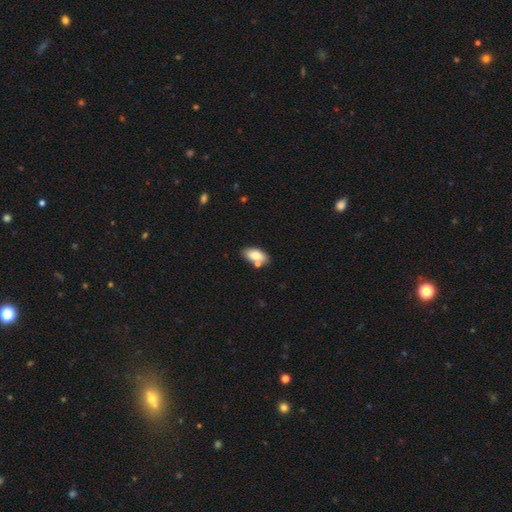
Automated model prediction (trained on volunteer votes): A smooth galaxy with no disk features (79%) that is in between round and cigar-shaped (90%).

Vote fractions:
- Smooth or featured? smooth: 79% / featured or disk: 14% / star or artifact: 7%
- How rounded? in between: 90% / cigar-shaped: 7% / round: 3%
- Merging? none: 66% / merger: 17% / minor disturbance: 14% / major disturbance: 3%